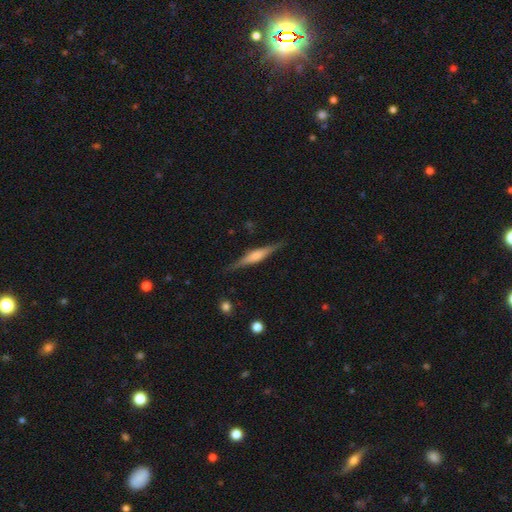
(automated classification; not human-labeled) smooth-or-featured: featured or disk: 66% | smooth: 27% | star or artifact: 6%
  disk-edge-on: yes: 97% | no: 3%
    edge-on-bulge: rounded: 58% | boxy: 34% | none: 8%
  merging: none: 86% | minor disturbance: 10% | major disturbance: 2% | merger: 1%